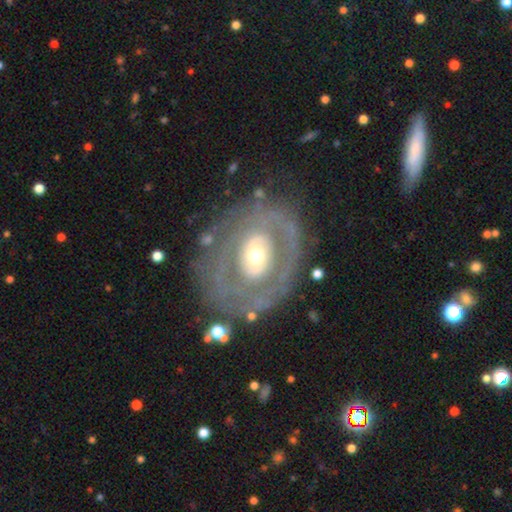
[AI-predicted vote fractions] A featured or disk galaxy (73%) with no bar (76%), no spiral arms (59%) and a moderate central bulge (61%). Merging: none (71%).